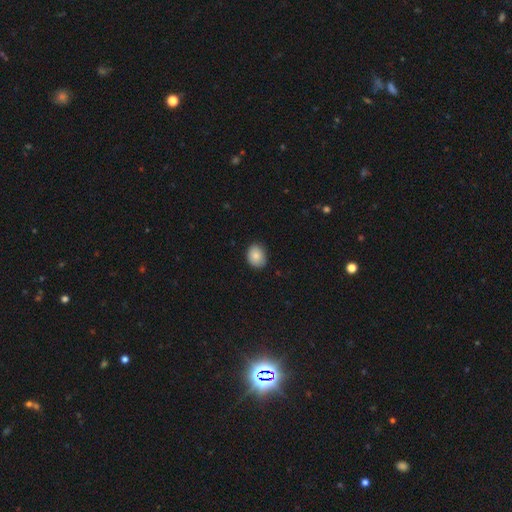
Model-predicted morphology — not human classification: type=smooth (86%); roundness=in between (52%); merging=none (83%).